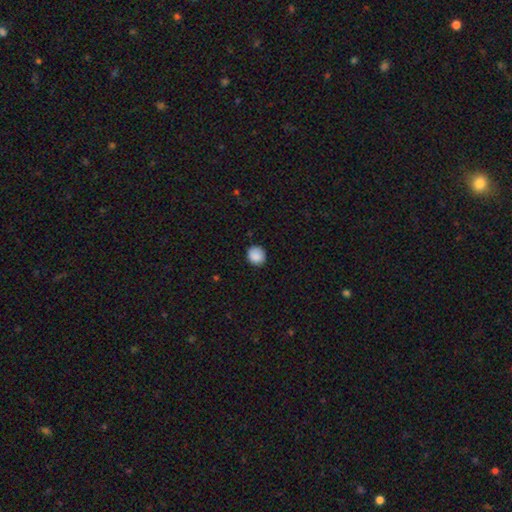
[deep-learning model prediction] smooth-or-featured: smooth: 88% | star or artifact: 8% | featured or disk: 4%
  how-rounded: round: 80% | in between: 19% | cigar-shaped: 1%
  merging: none: 84% | minor disturbance: 12% | major disturbance: 2% | merger: 1%